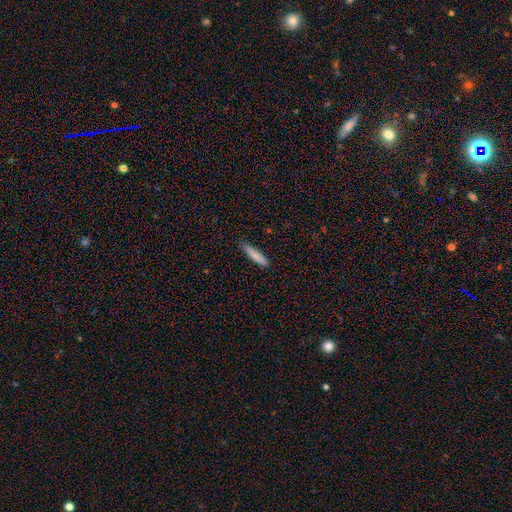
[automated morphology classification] The model was most divided on "smooth or featured": smooth: 83%, featured or disk: 11%, star or artifact: 6%. More confident: how rounded — cigar-shaped (88%); merging — none (85%).